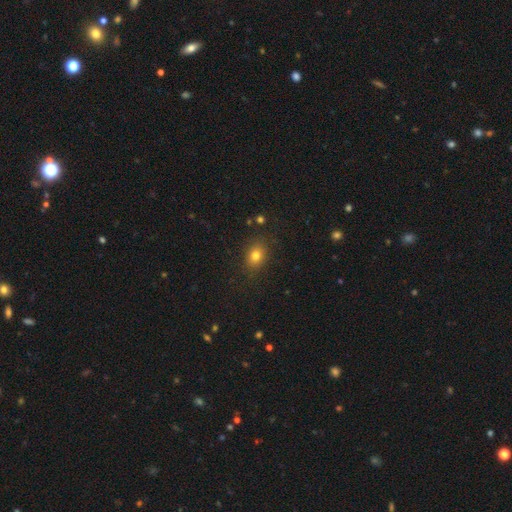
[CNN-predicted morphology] type=smooth (79%); roundness=in between (59%); merging=none (84%).